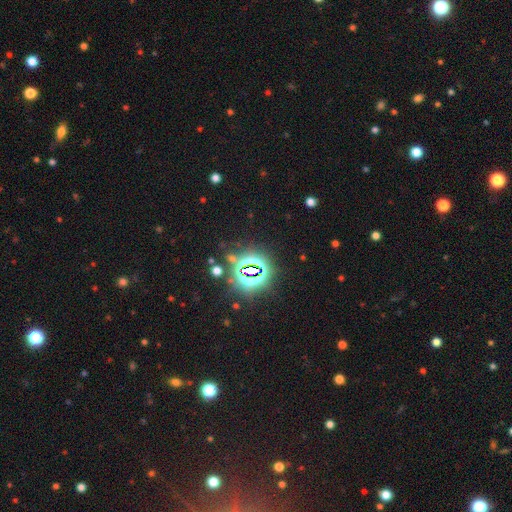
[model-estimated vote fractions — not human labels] This appears to be a star or artifact, not a galaxy (84%).